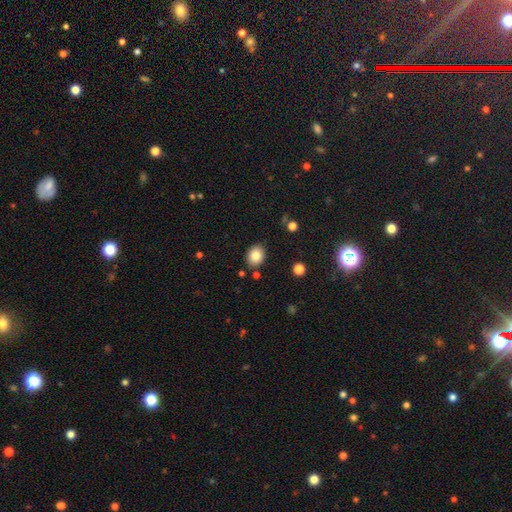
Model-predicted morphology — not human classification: Smooth or featured: smooth — 83% (star or artifact — 9%)
How rounded: round — 53% (in between — 47%)
Merging: none — 86% (minor disturbance — 9%)